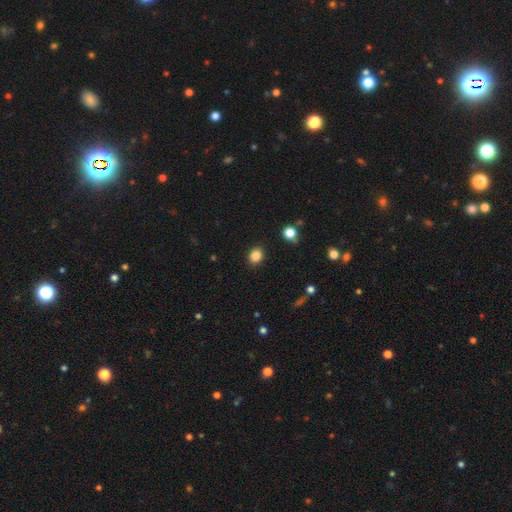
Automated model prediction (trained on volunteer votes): Smooth or featured: smooth — 85% (star or artifact — 11%)
How rounded: round — 56% (in between — 43%)
Merging: none — 89% (minor disturbance — 8%)